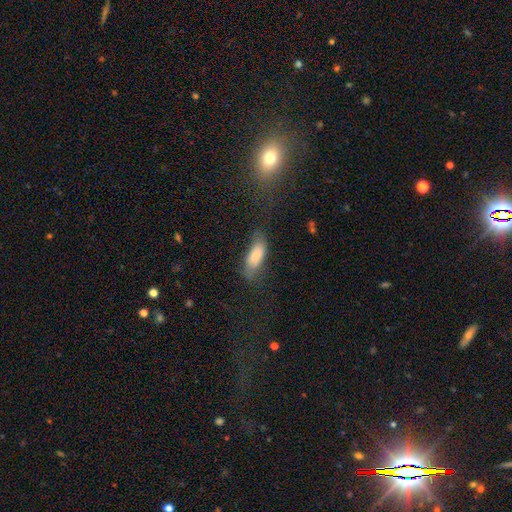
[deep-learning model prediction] Smooth or featured: smooth — 80% (featured or disk — 12%)
How rounded: in between — 71% (cigar-shaped — 27%)
Merging: none — 52% (minor disturbance — 29%)